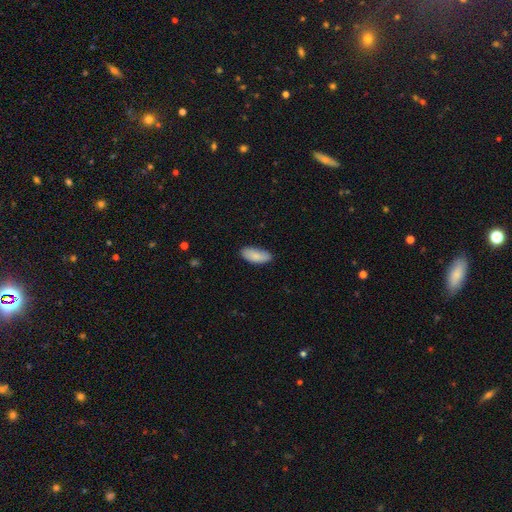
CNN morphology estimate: The model was most divided on "merging": none: 80%, minor disturbance: 16%, major disturbance: 2%, merger: 1%. More confident: how rounded — in between (87%); smooth or featured — smooth (86%).